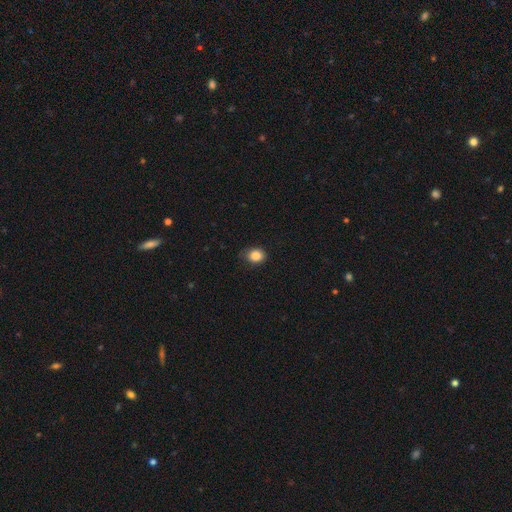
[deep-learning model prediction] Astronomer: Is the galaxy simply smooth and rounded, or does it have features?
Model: smooth — 86%.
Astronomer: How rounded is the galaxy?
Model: round — 58% (runner-up: in between, 41%).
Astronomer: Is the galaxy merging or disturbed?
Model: none — 76%.